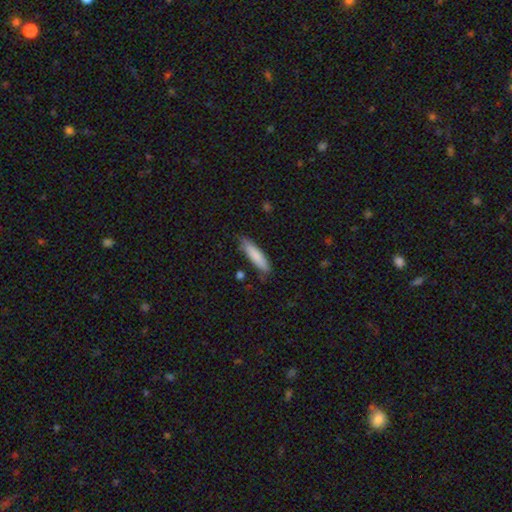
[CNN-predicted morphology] Overall: smooth (83%). How rounded: cigar-shaped (78%). Merging: none (79%).